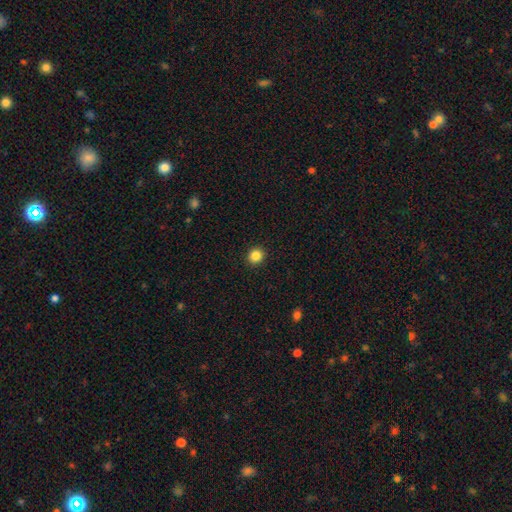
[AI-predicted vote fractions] Q: Smooth or featured?
A: smooth (85%); runner-up: star or artifact (11%)
Q: How rounded?
A: round (91%); runner-up: in between (8%)
Q: Merging?
A: none (93%); runner-up: minor disturbance (5%)